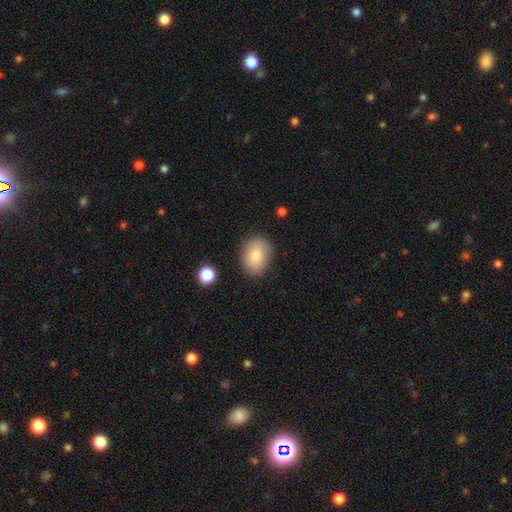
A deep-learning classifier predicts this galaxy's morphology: The model was most divided on "how rounded": in between: 68%, round: 31%, cigar-shaped: 1%. More confident: smooth or featured — smooth (82%); merging — none (79%).